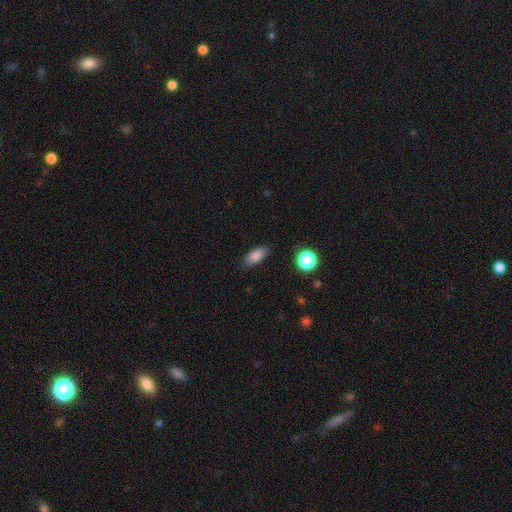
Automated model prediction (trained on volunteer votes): Q: Smooth or featured?
A: smooth (84%); runner-up: star or artifact (9%)
Q: How rounded?
A: in between (82%); runner-up: cigar-shaped (14%)
Q: Merging?
A: none (86%); runner-up: minor disturbance (10%)